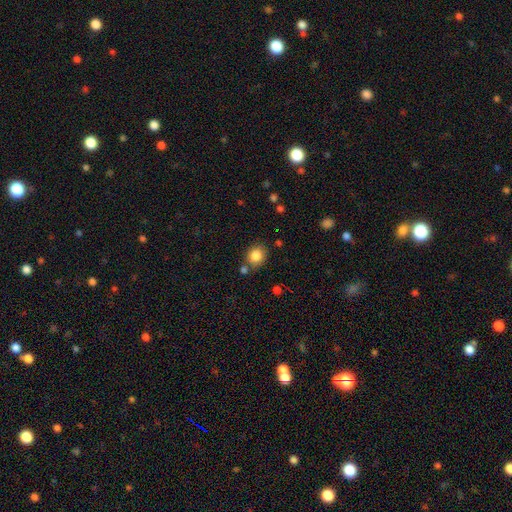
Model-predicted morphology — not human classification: The model was most divided on "how rounded": round: 73%, in between: 26%, cigar-shaped: 1%. More confident: smooth or featured — smooth (85%); merging — none (76%).